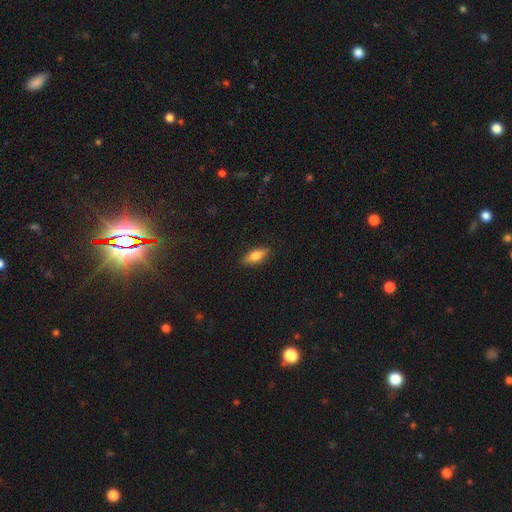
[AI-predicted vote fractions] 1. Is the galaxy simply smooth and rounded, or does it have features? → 78% smooth, 15% featured or disk, 7% star or artifact.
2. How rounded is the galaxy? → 75% in between, 23% cigar-shaped, 3% round.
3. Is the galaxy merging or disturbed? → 88% none, 9% minor disturbance, 2% major disturbance, 1% merger.